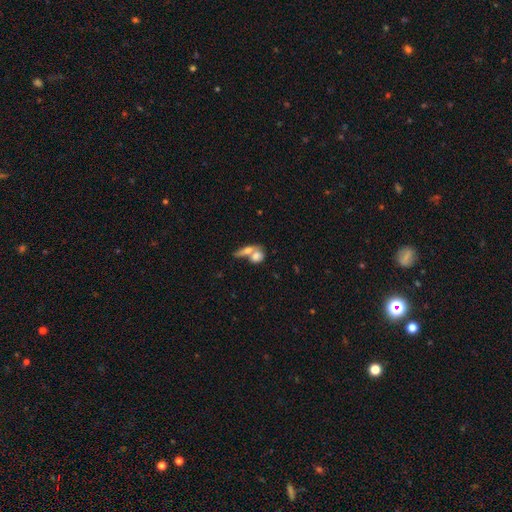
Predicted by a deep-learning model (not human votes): Smooth or featured? smooth (71%)
How rounded? in between (54%)
Merging? merger (61%)